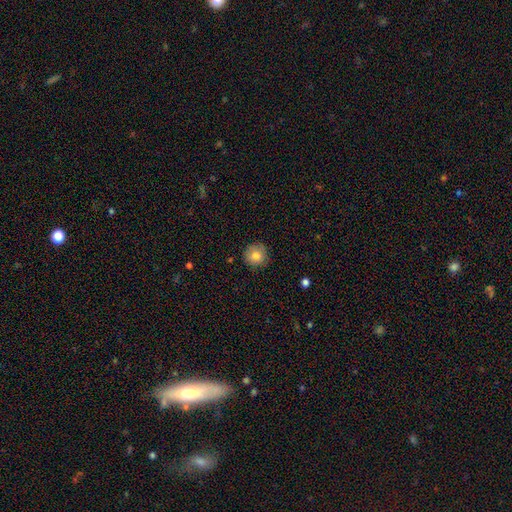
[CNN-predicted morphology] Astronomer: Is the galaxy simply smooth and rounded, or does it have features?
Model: smooth — 81%.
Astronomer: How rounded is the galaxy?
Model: round — 93%.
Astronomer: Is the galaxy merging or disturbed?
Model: none — 85%.